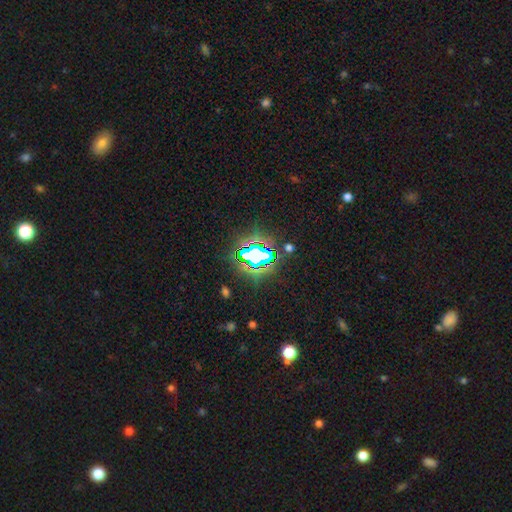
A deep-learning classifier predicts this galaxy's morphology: This appears to be a star or artifact, not a galaxy (73%).